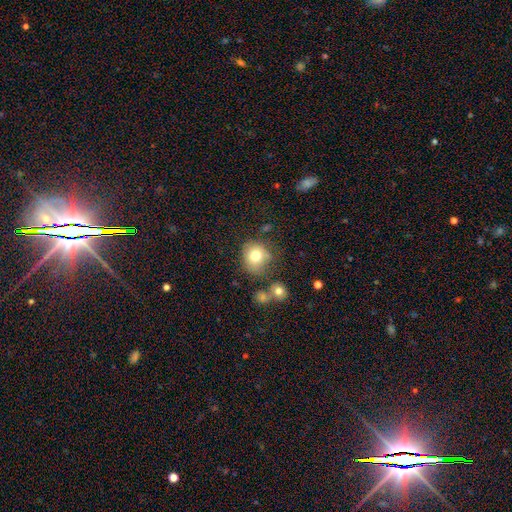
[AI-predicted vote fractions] Overall: smooth (77%). How rounded: round (78%). Merging: none (64%).